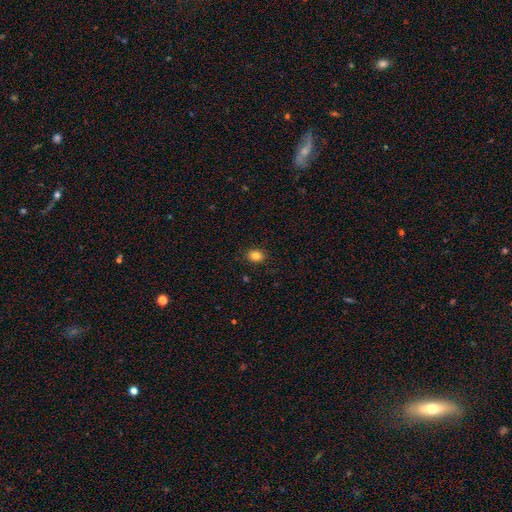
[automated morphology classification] This appears to be a smooth galaxy with no disk features (84%) that is round (52%). Merging: none (90%).